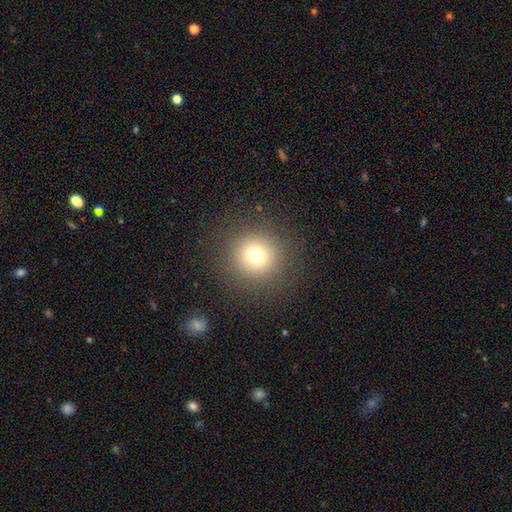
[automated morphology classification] smooth 72%, star or artifact 17%, featured or disk 11%. Down the decision tree: how rounded — round (95%); merging — none (89%).